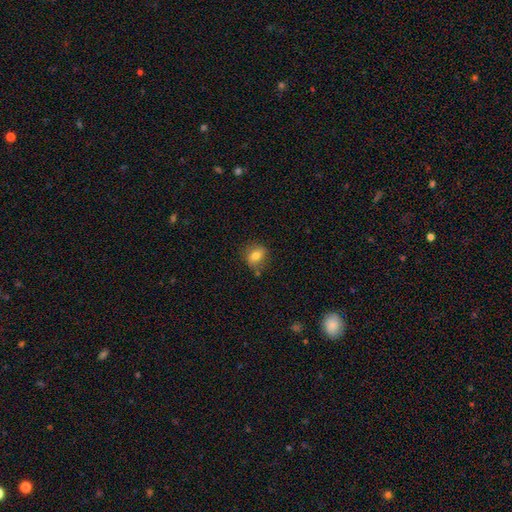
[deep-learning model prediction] Smooth or featured? smooth (76%)
How rounded? round (52%)
Merging? none (76%)